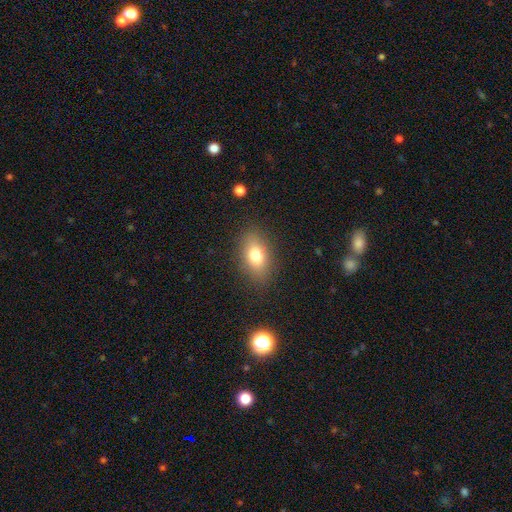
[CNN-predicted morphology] Q: Smooth or featured?
A: smooth (75%); runner-up: featured or disk (15%)
Q: How rounded?
A: in between (83%); runner-up: round (13%)
Q: Merging?
A: none (85%); runner-up: minor disturbance (10%)